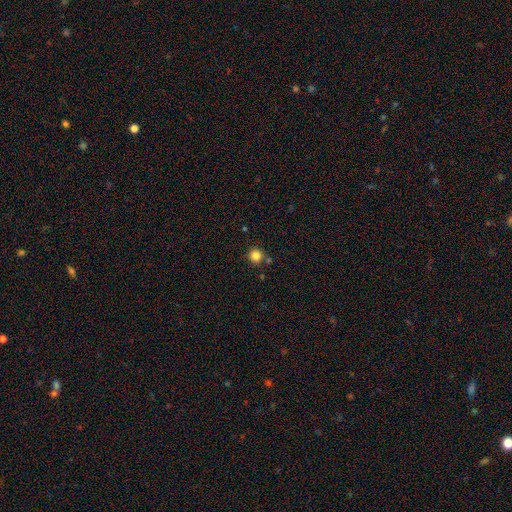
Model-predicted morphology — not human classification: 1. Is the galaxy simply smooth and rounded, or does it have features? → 82% smooth, 13% star or artifact, 5% featured or disk.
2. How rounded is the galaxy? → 94% round, 5% in between, 1% cigar-shaped.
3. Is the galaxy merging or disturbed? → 83% none, 8% minor disturbance, 7% merger, 2% major disturbance.